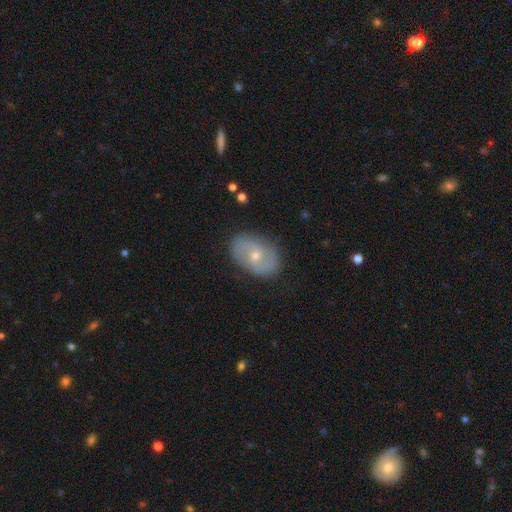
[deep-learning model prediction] smooth-or-featured: featured or disk: 70% | smooth: 23% | star or artifact: 7%
  disk-edge-on: no: 96% | yes: 4%
    bar: no: 55% | weak: 37% | strong: 8%
    has-spiral-arms: yes: 84% | no: 16%
      spiral-winding: medium: 47% | loose: 27% | tight: 26%
      spiral-arm-count: 2: 86% | can't tell: 9% | 1: 2% | 3: 2% | 4: 1% | more than 4: 1%
    bulge-size: small: 49% | moderate: 48% | large: 1% | none: 1% | dominant: 1%
  merging: none: 83% | minor disturbance: 12% | major disturbance: 3% | merger: 1%